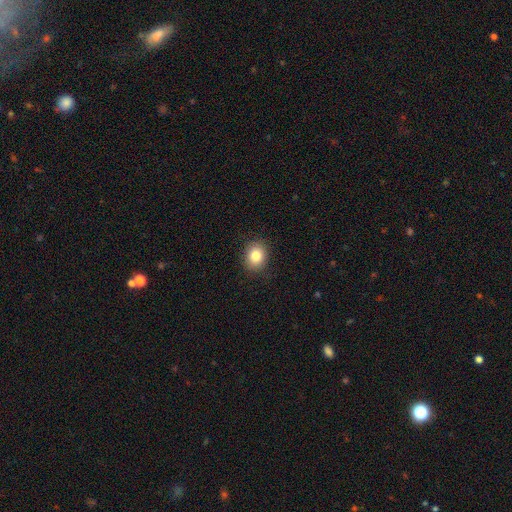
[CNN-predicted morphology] Smooth or featured? smooth (84%)
How rounded? round (55%)
Merging? none (87%)